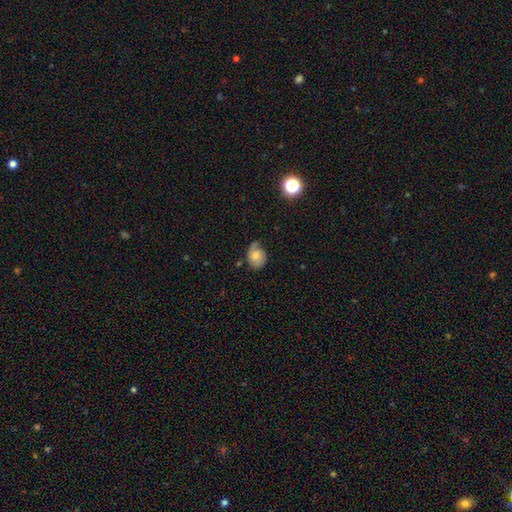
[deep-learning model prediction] smooth-or-featured: smooth: 58% | featured or disk: 33% | star or artifact: 9%
  how-rounded: in between: 58% | round: 41% | cigar-shaped: 1%
  merging: none: 48% | minor disturbance: 36% | major disturbance: 13% | merger: 3%